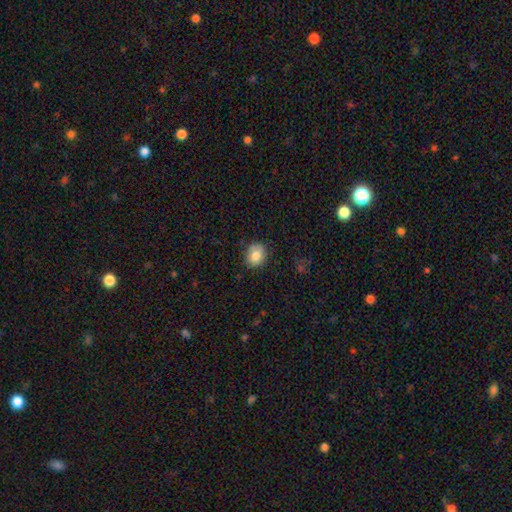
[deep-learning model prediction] Smooth or featured?
  - smooth: 82% *
  - featured or disk: 9%
  - star or artifact: 9%
How rounded?
  - round: 70% *
  - in between: 29%
  - cigar-shaped: 1%
Merging?
  - none: 81% *
  - minor disturbance: 15%
  - major disturbance: 3%
  - merger: 1%